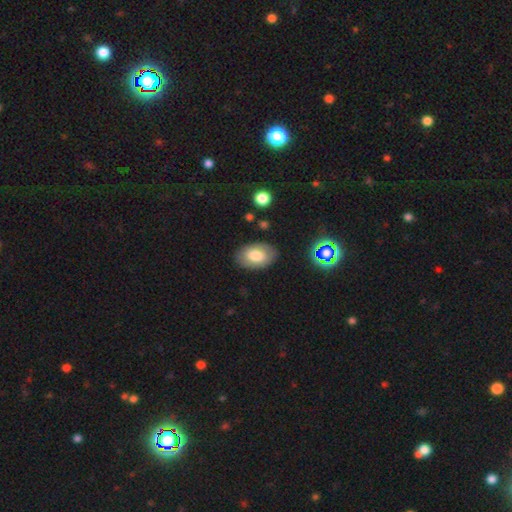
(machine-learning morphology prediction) Overall: smooth (74%). How rounded: in between (90%). Merging: none (84%).